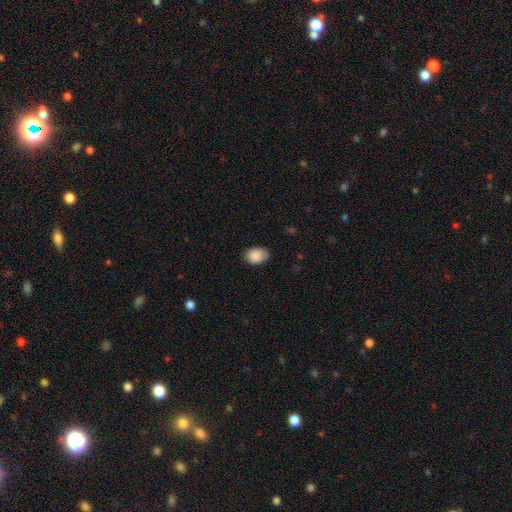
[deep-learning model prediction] This is clearly a smooth galaxy (88%). How rounded: likely in between (74%). Merging: likely none (78%).